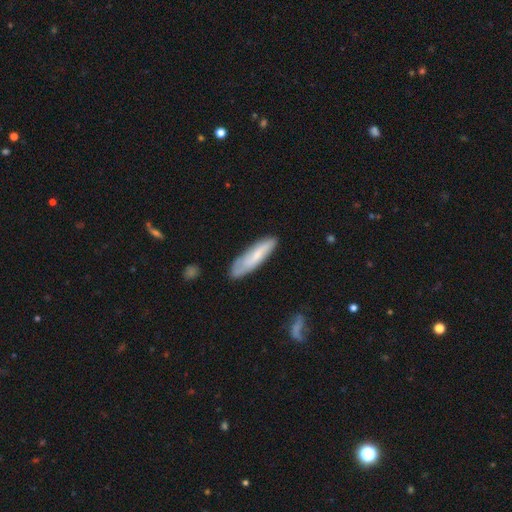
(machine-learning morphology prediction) Smooth or featured: smooth — 61% (featured or disk — 32%)
How rounded: cigar-shaped — 70% (in between — 29%)
Merging: none — 73% (minor disturbance — 20%)